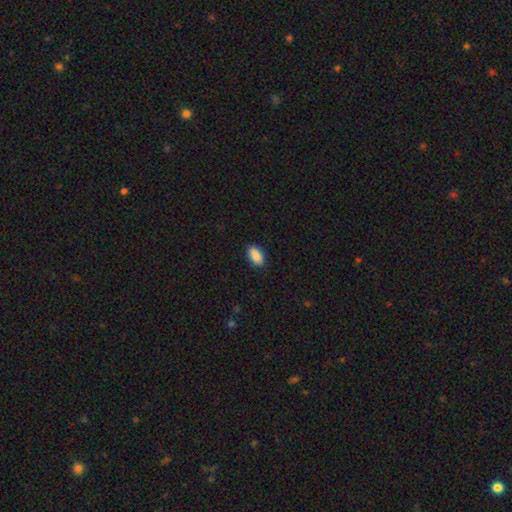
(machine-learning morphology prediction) smooth 90%, star or artifact 7%, featured or disk 3%. Down the decision tree: how rounded — in between (91%); merging — none (86%).